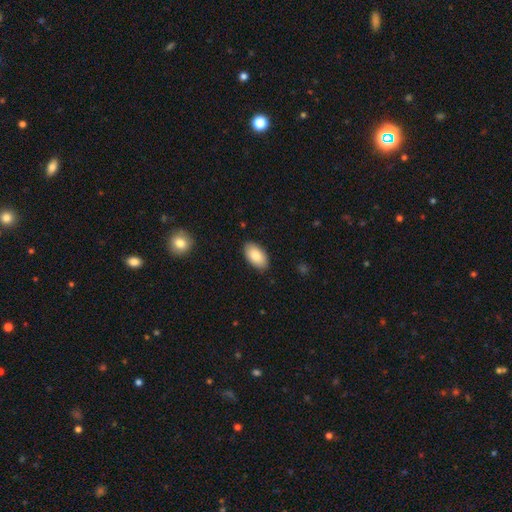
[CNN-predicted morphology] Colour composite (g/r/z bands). It shows a smooth galaxy with no disk features (86%) that is in between round and cigar-shaped (95%). Merging: none (87%).